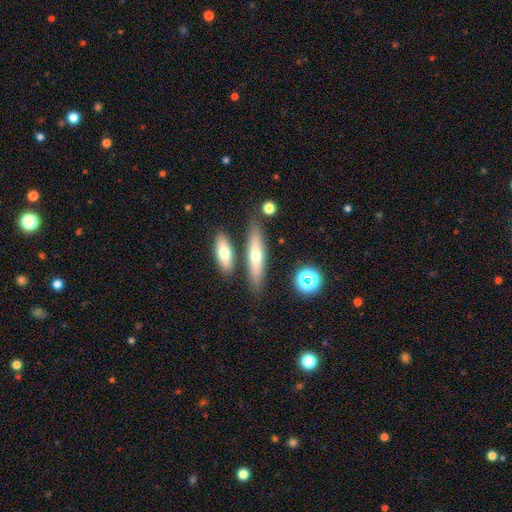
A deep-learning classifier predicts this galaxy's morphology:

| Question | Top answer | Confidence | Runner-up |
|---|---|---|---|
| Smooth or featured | smooth | 53% | featured or disk (38%) |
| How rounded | cigar-shaped | 77% | in between (20%) |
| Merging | none | 77% | minor disturbance (10%) |